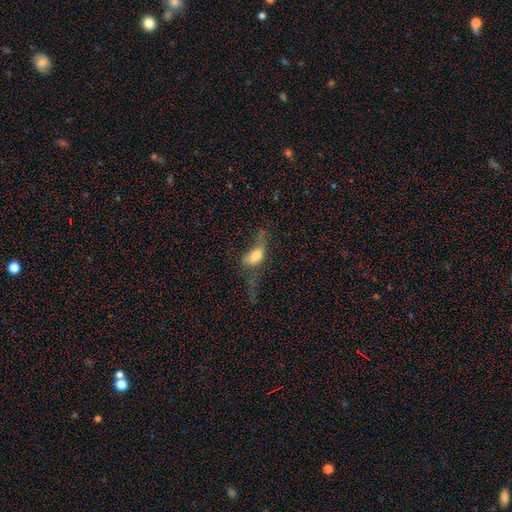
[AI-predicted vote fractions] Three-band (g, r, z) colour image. It shows a smooth galaxy with no disk features (55%) that is in between round and cigar-shaped (77%). Merging: major disturbance (53%).